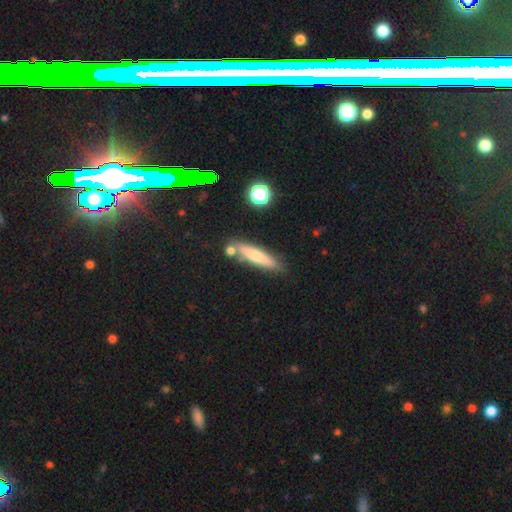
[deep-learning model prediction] smooth-or-featured: smooth: 63% | featured or disk: 29% | star or artifact: 8%
  how-rounded: cigar-shaped: 85% | in between: 13% | round: 2%
  merging: none: 75% | minor disturbance: 12% | merger: 9% | major disturbance: 3%